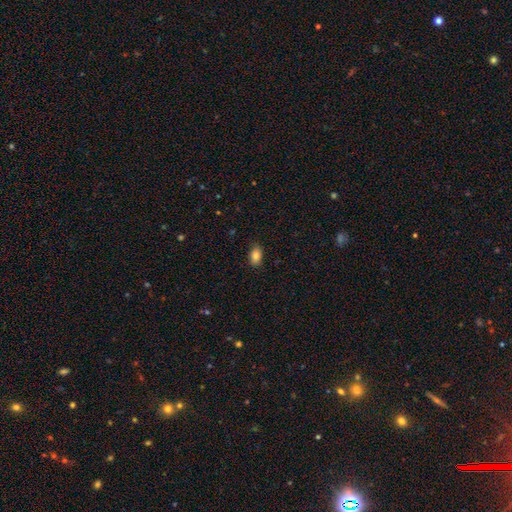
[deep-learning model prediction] A smooth galaxy with no disk features (84%) that is in between round and cigar-shaped (88%). Merging: none (85%).